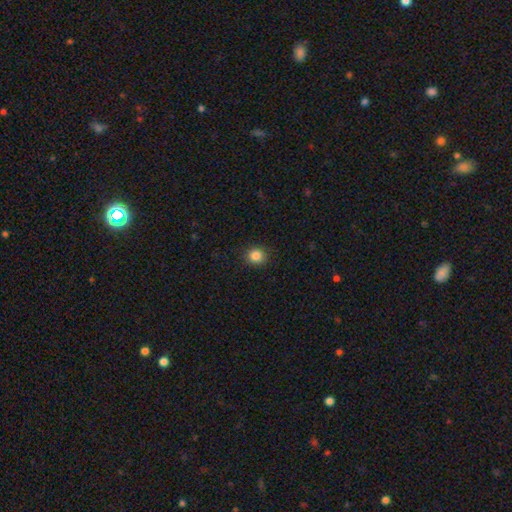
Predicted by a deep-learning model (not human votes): Smooth or featured? smooth (86%)
How rounded? round (86%)
Merging? none (90%)